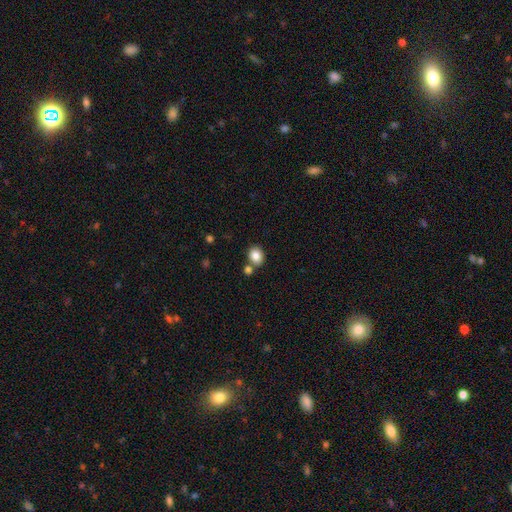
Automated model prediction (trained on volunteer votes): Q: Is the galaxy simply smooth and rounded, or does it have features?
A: smooth — 85%.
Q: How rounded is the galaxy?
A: round — 55%.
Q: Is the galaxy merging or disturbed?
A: none — 68%.